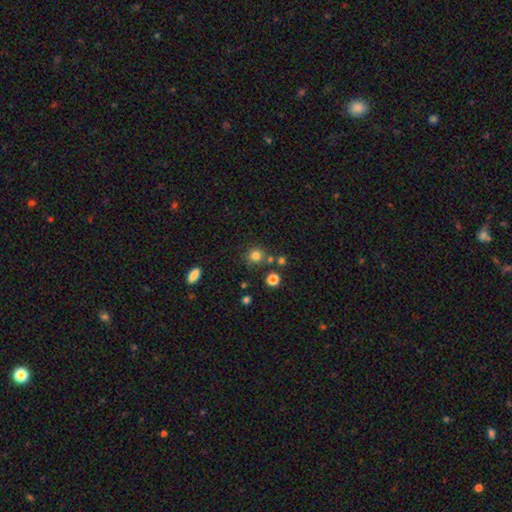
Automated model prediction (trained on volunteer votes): This appears to be a smooth galaxy with no disk features (81%) that is round (89%). Merging: none (77%).